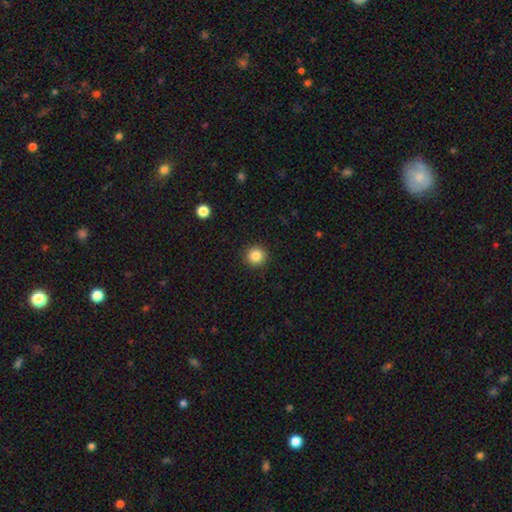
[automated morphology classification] Overall: smooth (85%). How rounded: round (95%). Merging: none (92%).